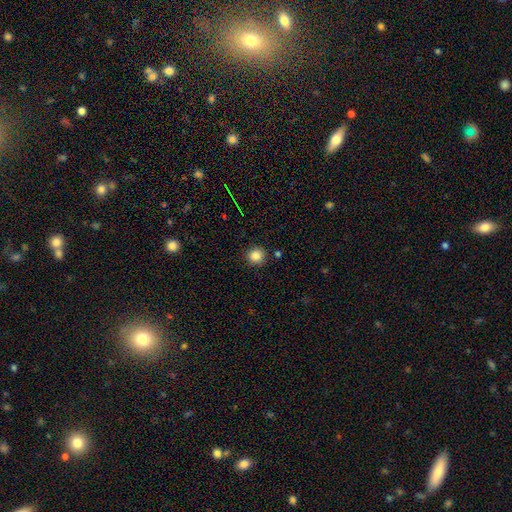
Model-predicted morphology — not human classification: type=smooth (85%); roundness=round (92%); merging=none (89%).